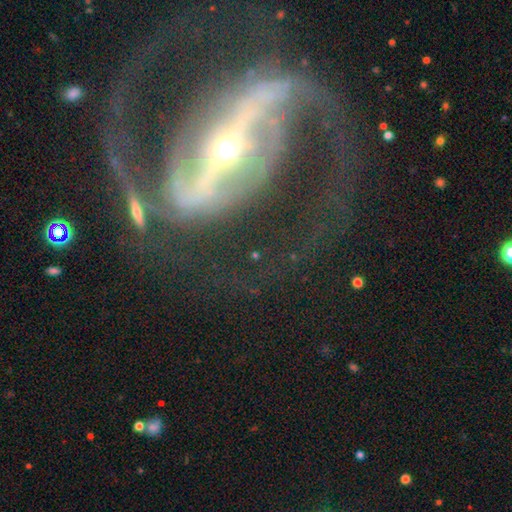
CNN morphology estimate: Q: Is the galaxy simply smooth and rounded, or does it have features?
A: featured or disk — 42%.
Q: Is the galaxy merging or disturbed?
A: none — 63%.